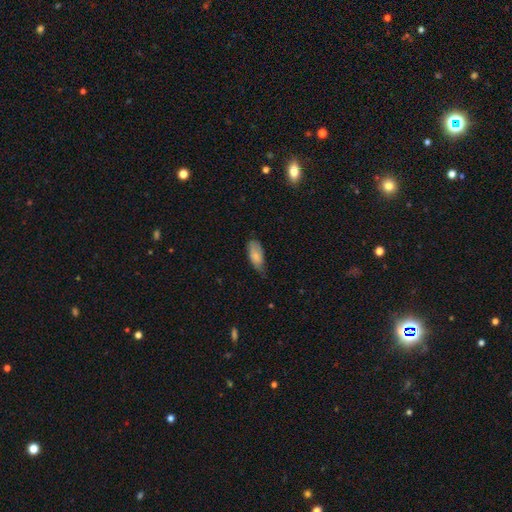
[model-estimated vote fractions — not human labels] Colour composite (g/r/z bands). It shows a smooth galaxy with no disk features (80%) that is in between round and cigar-shaped (85%). Merging: none (49%).